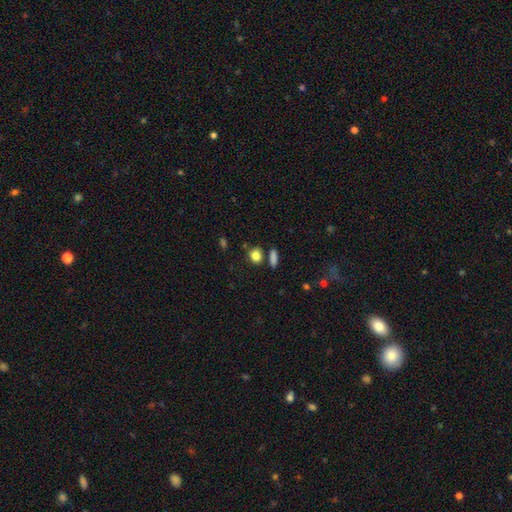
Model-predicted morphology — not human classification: smooth 84%, star or artifact 10%, featured or disk 6%. Down the decision tree: how rounded — round (49%); merging — none (73%).